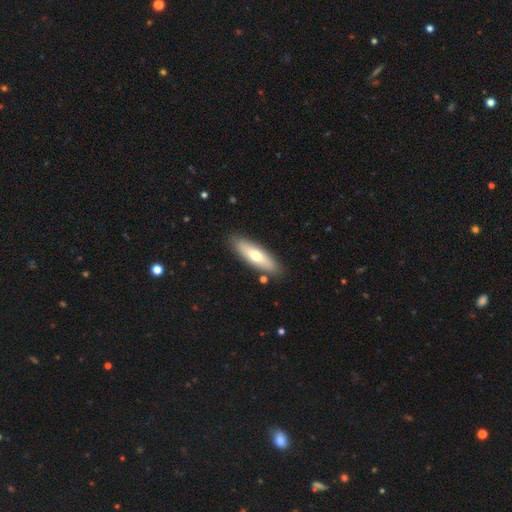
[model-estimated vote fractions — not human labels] This appears to be a smooth galaxy with no disk features (62%) that is cigar-shaped (52%). Merging: none (86%).